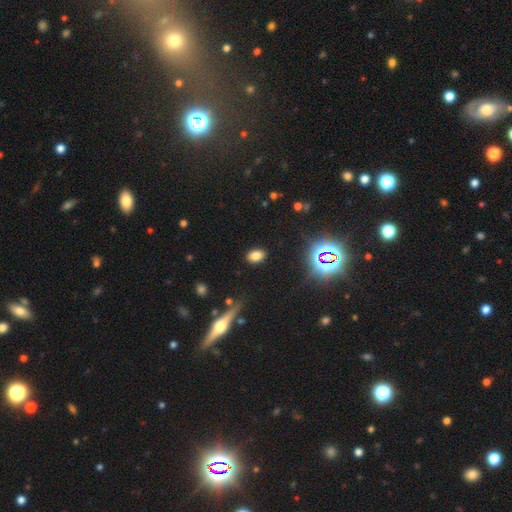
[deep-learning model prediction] This appears to be a smooth galaxy with no disk features (76%) that is in between round and cigar-shaped (83%). Merging: none (88%).